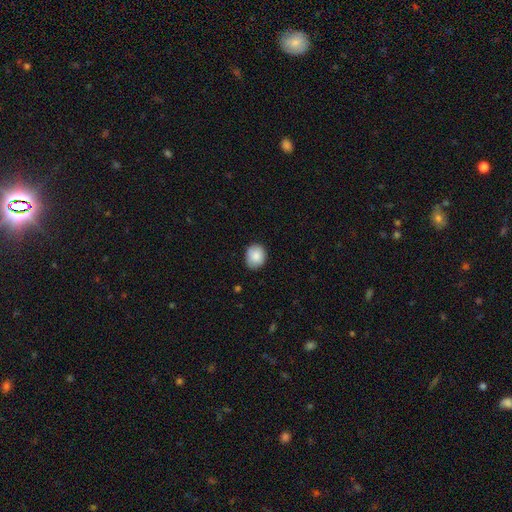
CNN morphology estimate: Smooth or featured: smooth — 86% (star or artifact — 7%)
How rounded: round — 61% (in between — 38%)
Merging: none — 80% (minor disturbance — 17%)